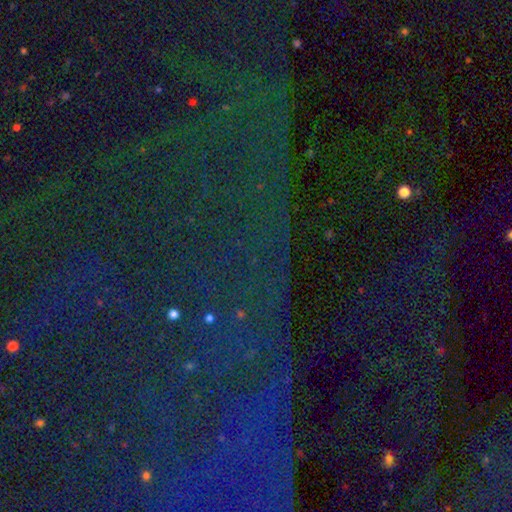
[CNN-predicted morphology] Smooth or featured? star or artifact (83%)